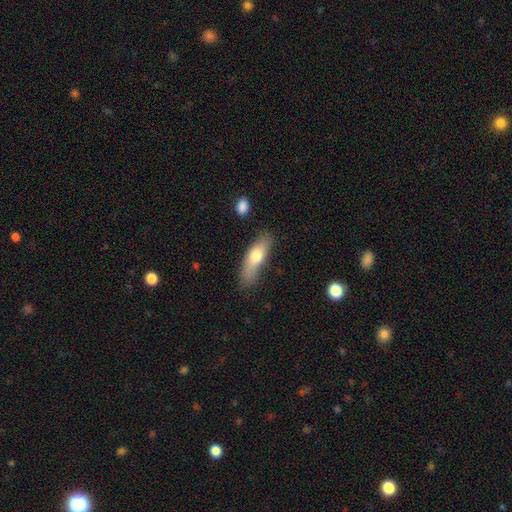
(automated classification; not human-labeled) Smooth or featured: smooth — 70% (featured or disk — 24%)
How rounded: cigar-shaped — 49% (tied with in between — 49%)
Merging: none — 68% (minor disturbance — 22%)